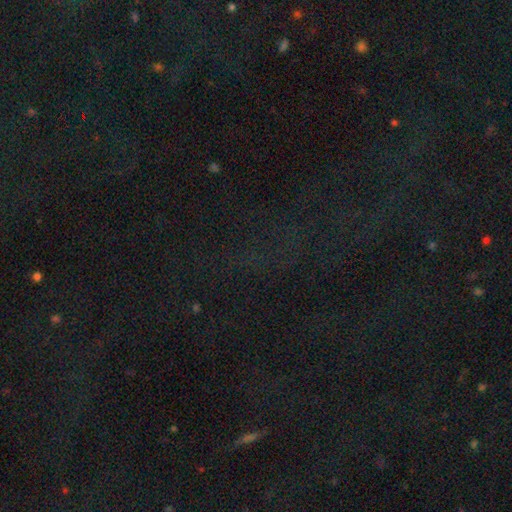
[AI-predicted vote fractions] Overall: star or artifact (77%).